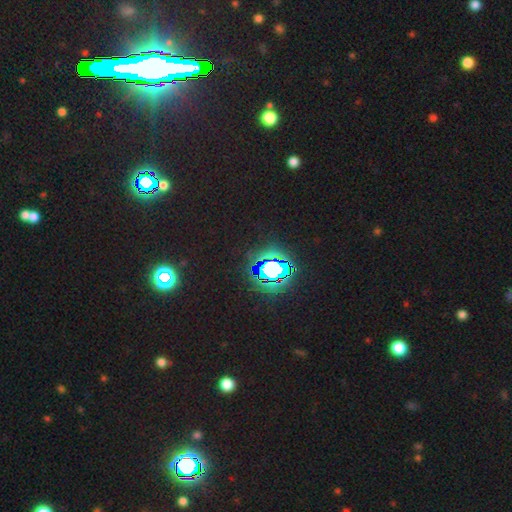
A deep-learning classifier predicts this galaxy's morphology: star or artifact 81%, smooth 11%, featured or disk 8%.